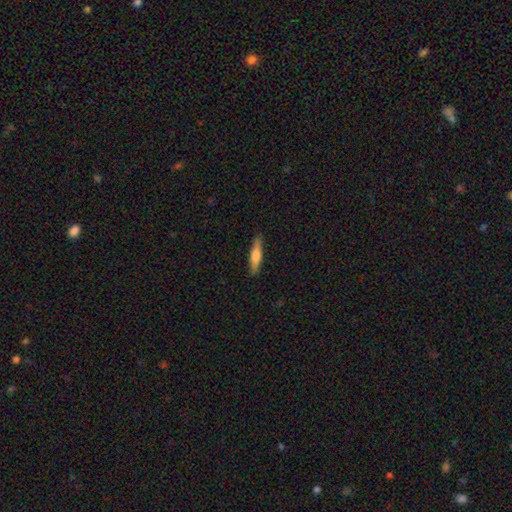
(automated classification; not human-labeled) smooth-or-featured: smooth: 60% | featured or disk: 35% | star or artifact: 6%
  how-rounded: cigar-shaped: 82% | in between: 16% | round: 2%
  merging: none: 89% | minor disturbance: 8% | major disturbance: 2% | merger: 1%